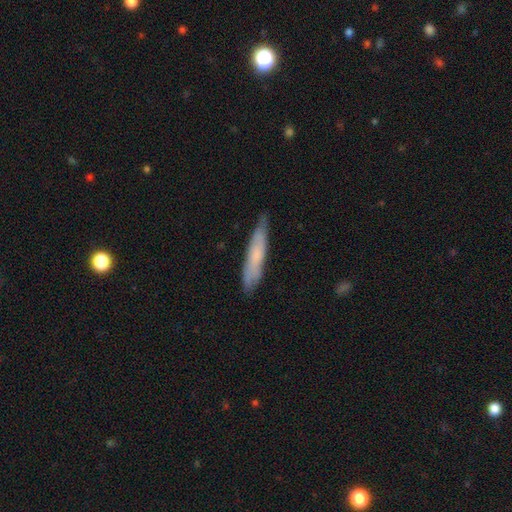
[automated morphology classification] smooth_or_featured: smooth (p=0.60) [alt: featured or disk p=0.33]
how_rounded: cigar-shaped (p=0.89) [alt: in between p=0.09]
merging: none (p=0.79) [alt: minor disturbance p=0.17]